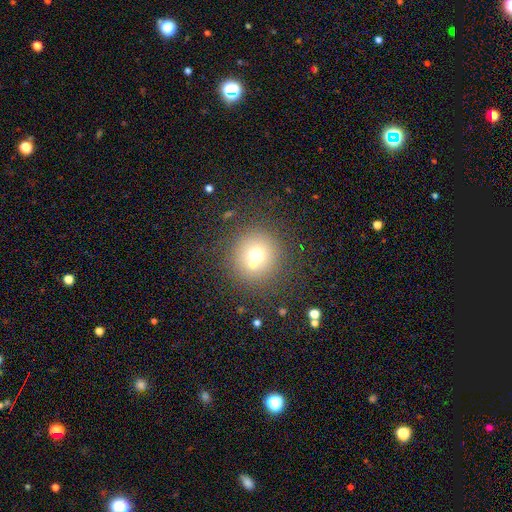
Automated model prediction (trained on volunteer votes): Smooth or featured? Predicted: smooth (p=0.67). How rounded? Predicted: round (p=0.94). Merging? Predicted: none (p=0.67).